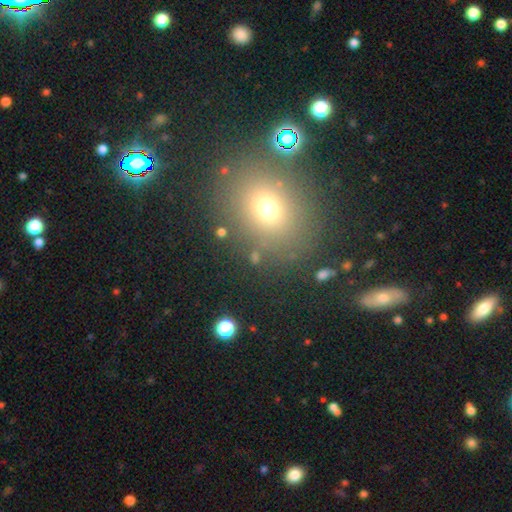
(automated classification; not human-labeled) smooth_or_featured: smooth (p=0.65) [alt: star or artifact p=0.24]
how_rounded: round (p=0.64) [alt: in between p=0.35]
merging: none (p=0.80) [alt: minor disturbance p=0.10]